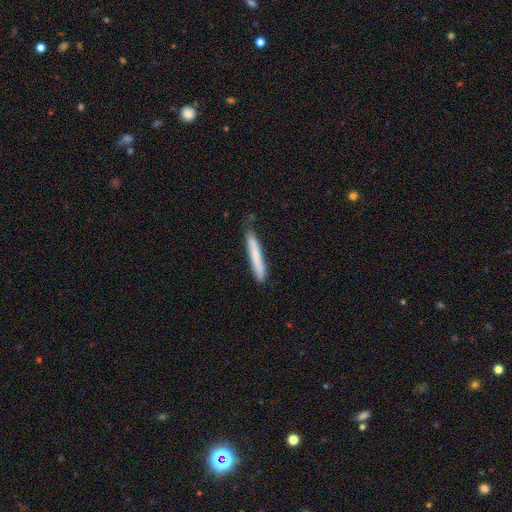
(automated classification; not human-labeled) Smooth or featured: smooth — 76% (featured or disk — 19%)
How rounded: cigar-shaped — 96% (in between — 3%)
Merging: none — 76% (minor disturbance — 19%)